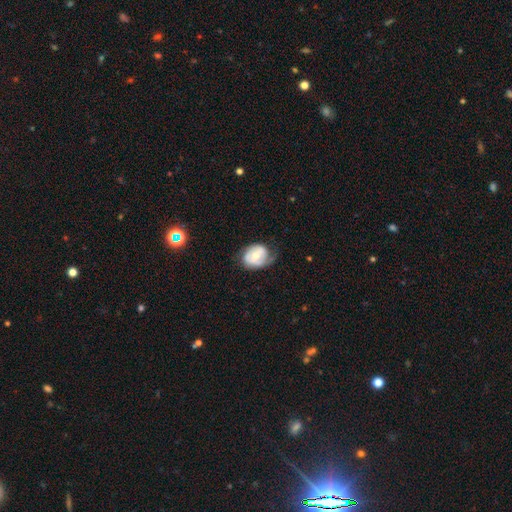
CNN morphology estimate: smooth_or_featured: featured or disk (p=0.60) [alt: smooth p=0.34]
disk_edge_on: no (p=0.97) [alt: yes p=0.03]
bar: no (p=0.50) [alt: weak p=0.37]
has_spiral_arms: yes (p=0.75) [alt: no p=0.25]
bulge_size: moderate (p=0.58) [alt: small p=0.36]
merging: none (p=0.48) [alt: minor disturbance p=0.32]